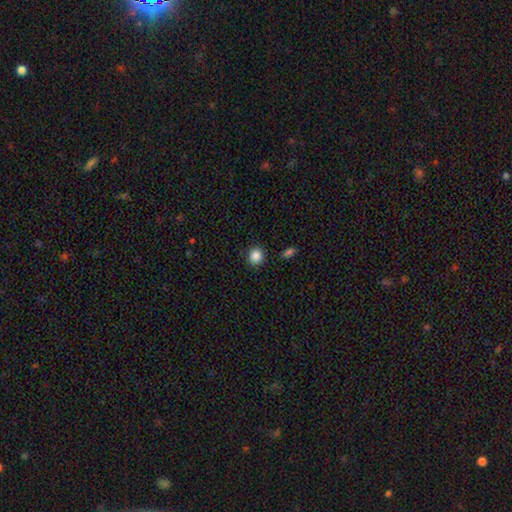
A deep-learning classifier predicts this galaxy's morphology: Smooth or featured? smooth (87%)
How rounded? round (85%)
Merging? none (90%)